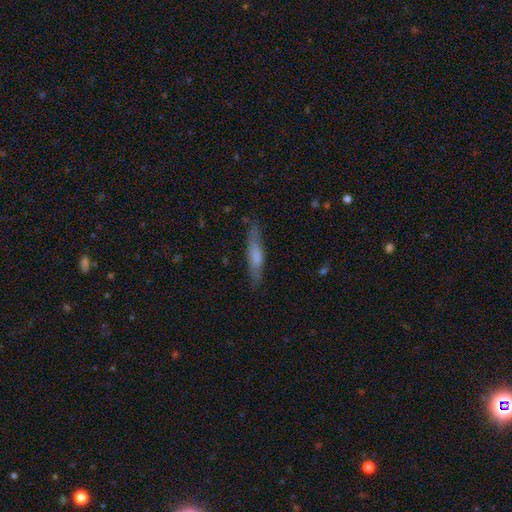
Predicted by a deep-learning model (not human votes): smooth 59%, featured or disk 35%, star or artifact 6%. Down the decision tree: how rounded — cigar-shaped (84%); merging — none (81%).